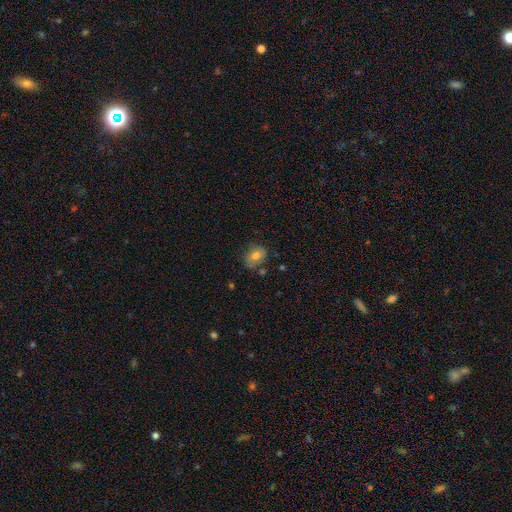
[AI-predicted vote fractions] Smooth or featured? Predicted: smooth (p=0.72). How rounded? Predicted: in between (p=0.60). Merging? Predicted: none (p=0.72).